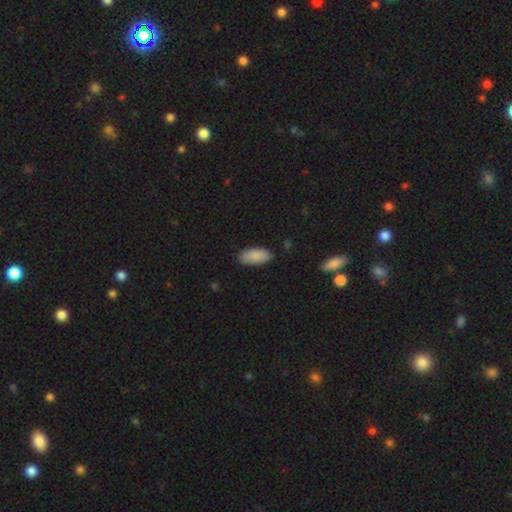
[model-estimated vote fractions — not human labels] Smooth or featured: smooth — 88% (featured or disk — 6%)
How rounded: in between — 88% (cigar-shaped — 10%)
Merging: none — 84% (minor disturbance — 12%)